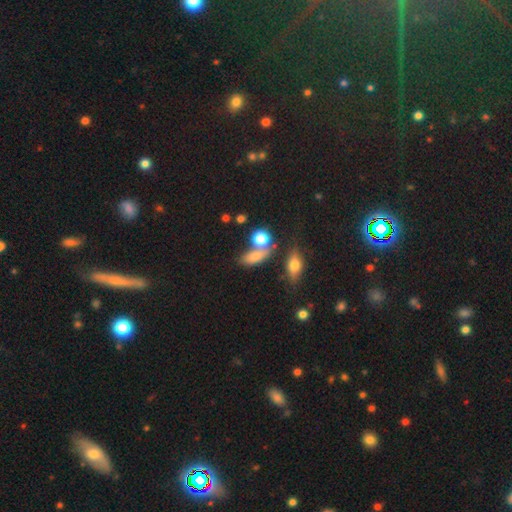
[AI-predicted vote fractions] Smooth or featured: smooth — 74% (star or artifact — 14%)
How rounded: in between — 60% (round — 30%)
Merging: none — 40% (merger — 36%)